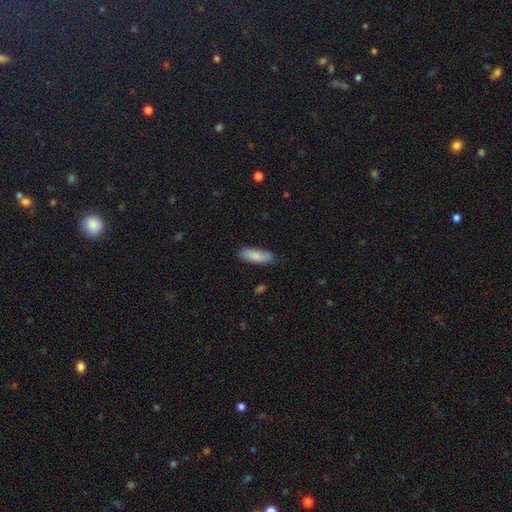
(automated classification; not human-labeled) Smooth or featured? Predicted: smooth (p=0.85). How rounded? Predicted: in between (p=0.64). Merging? Predicted: none (p=0.78).